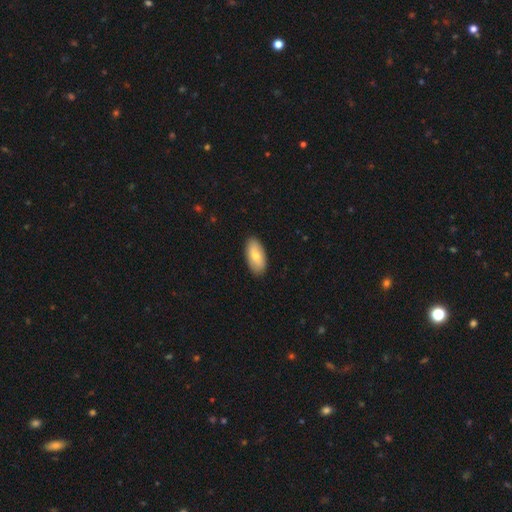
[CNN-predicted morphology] The model was most divided on "smooth or featured": smooth: 73%, featured or disk: 21%, star or artifact: 6%. More confident: how rounded — in between (93%); merging — none (88%).